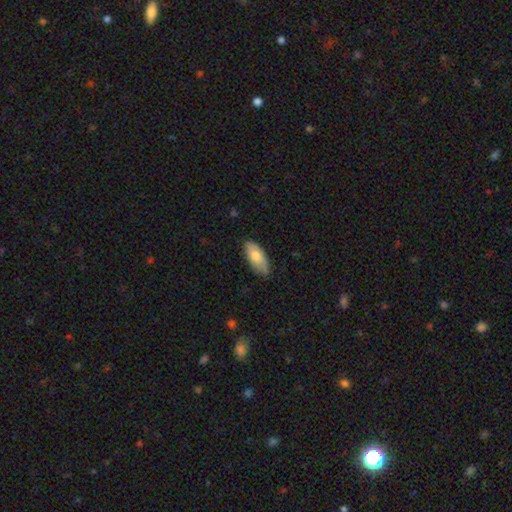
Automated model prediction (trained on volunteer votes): A smooth galaxy with no disk features (75%) that is in between round and cigar-shaped (88%). Merging: none (81%).